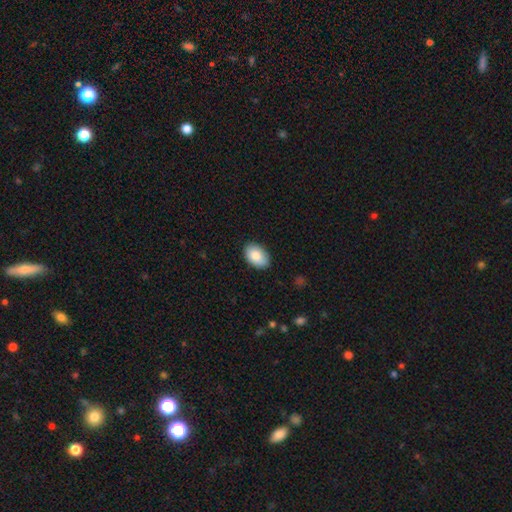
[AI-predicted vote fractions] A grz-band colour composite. It shows a smooth galaxy with no disk features (86%) that is in between round and cigar-shaped (89%). Merging: none (87%).